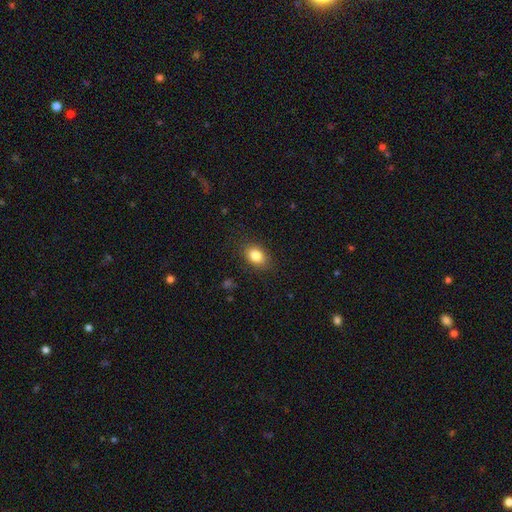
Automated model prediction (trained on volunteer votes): smooth-or-featured: smooth: 84% | star or artifact: 9% | featured or disk: 7%
  how-rounded: in between: 78% | round: 21% | cigar-shaped: 1%
  merging: none: 85% | minor disturbance: 10% | major disturbance: 3% | merger: 1%